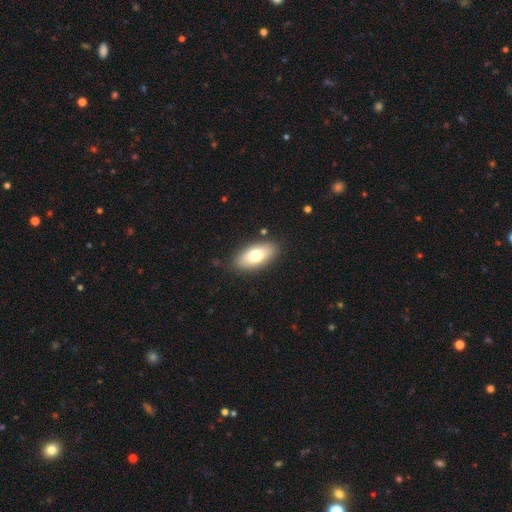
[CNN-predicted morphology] The model was most divided on "smooth or featured": smooth: 75%, featured or disk: 19%, star or artifact: 7%. More confident: how rounded — in between (88%); merging — none (85%).